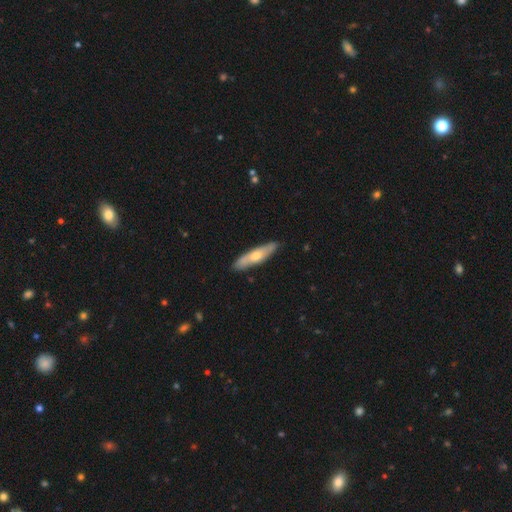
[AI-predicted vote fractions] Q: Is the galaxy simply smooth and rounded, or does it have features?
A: smooth — 49%.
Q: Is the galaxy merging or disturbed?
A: none — 86%.